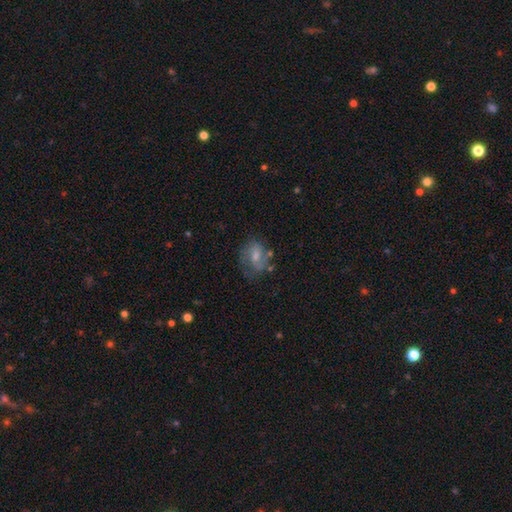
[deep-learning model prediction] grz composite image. It shows a smooth galaxy with no disk features (46%). Merging: none (53%).